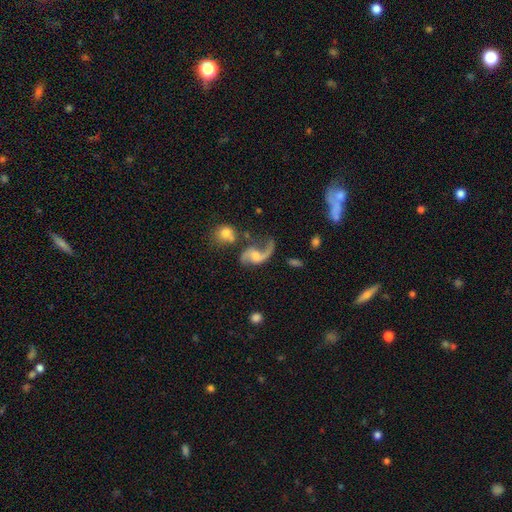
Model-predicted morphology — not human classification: type=featured or disk (86%); edge-on=no (97%); bar=no (52%); spiral arms=yes (95%); winding=loose (81%); arm count=2 (85%); bulge=moderate (44%); merging=none (50%).